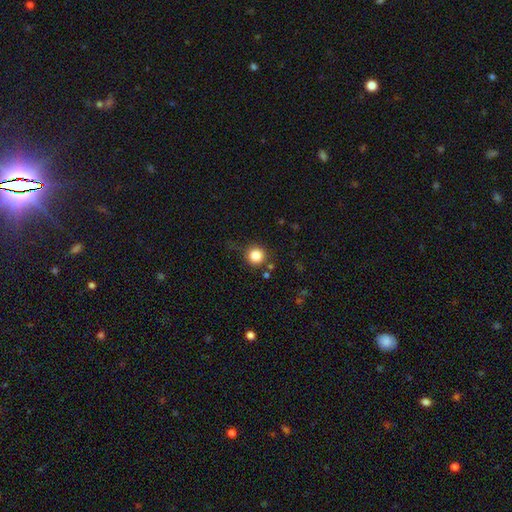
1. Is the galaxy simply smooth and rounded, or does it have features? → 85% smooth, 12% star or artifact, 2% featured or disk.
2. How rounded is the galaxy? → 97% round, 3% in between, 0% cigar-shaped.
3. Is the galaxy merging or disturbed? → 83% none, 11% minor disturbance, 6% merger, 0% major disturbance.